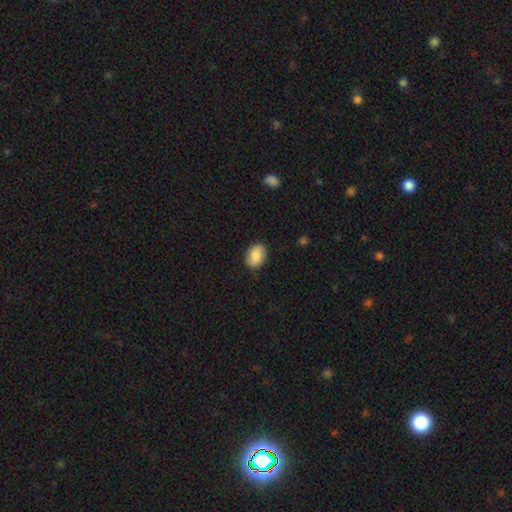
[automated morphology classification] Overall: smooth (85%). How rounded: in between (73%). Merging: none (86%).